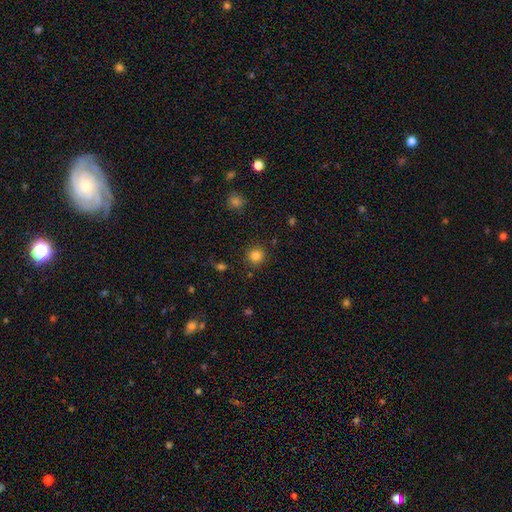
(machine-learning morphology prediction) This is clearly a smooth galaxy (83%). How rounded: clearly round (93%). Merging: clearly none (89%).